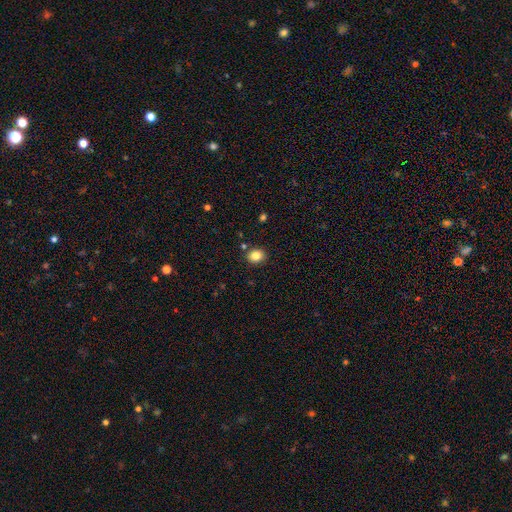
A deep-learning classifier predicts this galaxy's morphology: This appears to be a smooth galaxy with no disk features (84%) that is round (63%). Merging: none (88%).